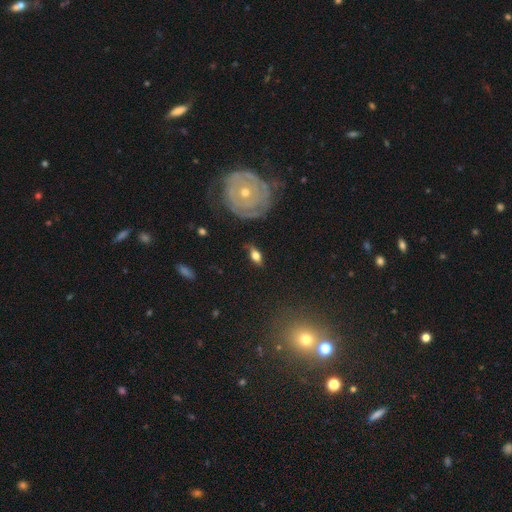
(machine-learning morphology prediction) Smooth or featured? Predicted: smooth (p=0.53). How rounded? Predicted: in between (p=0.76). Merging? Predicted: none (p=0.77).